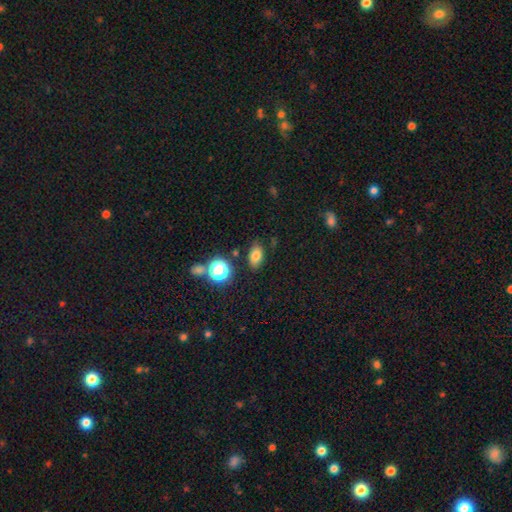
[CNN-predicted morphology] smooth_or_featured: smooth (p=0.76) [alt: star or artifact p=0.15]
how_rounded: in between (p=0.83) [alt: round p=0.14]
merging: none (p=0.82) [alt: minor disturbance p=0.11]